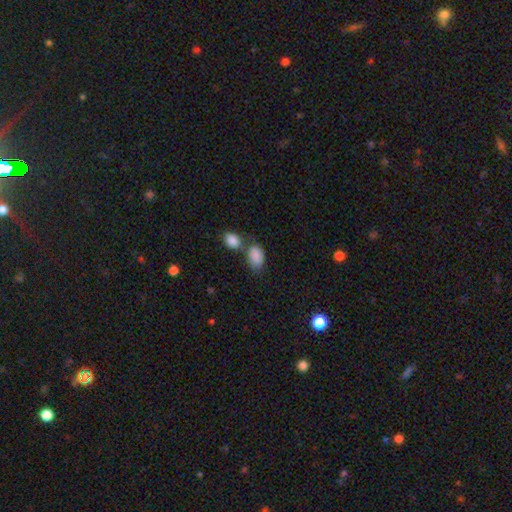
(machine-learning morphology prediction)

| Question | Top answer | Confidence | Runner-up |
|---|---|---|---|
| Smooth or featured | smooth | 87% | star or artifact (7%) |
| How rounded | in between | 87% | round (12%) |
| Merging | merger | 43% | none (38%) |